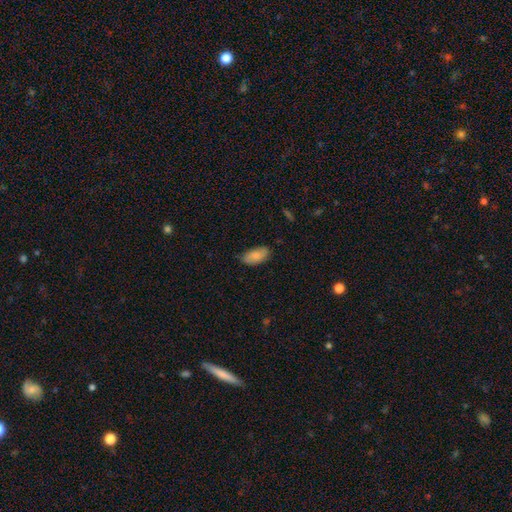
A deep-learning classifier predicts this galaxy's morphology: The model was most divided on "merging": none: 75%, minor disturbance: 20%, major disturbance: 3%, merger: 1%. More confident: how rounded — in between (94%); smooth or featured — smooth (81%).